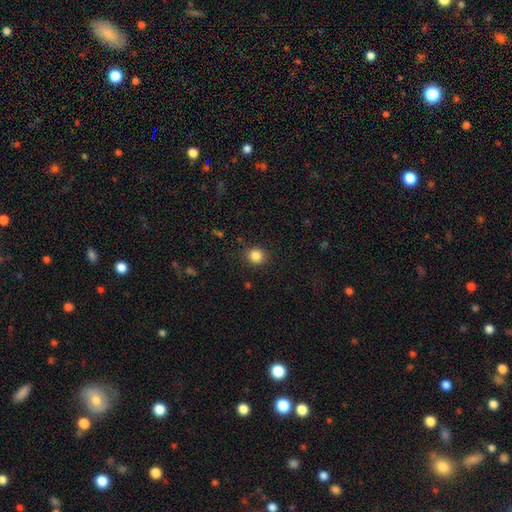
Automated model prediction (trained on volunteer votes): Q: Smooth or featured?
A: smooth (85%); runner-up: star or artifact (11%)
Q: How rounded?
A: round (82%); runner-up: in between (17%)
Q: Merging?
A: none (89%); runner-up: minor disturbance (7%)